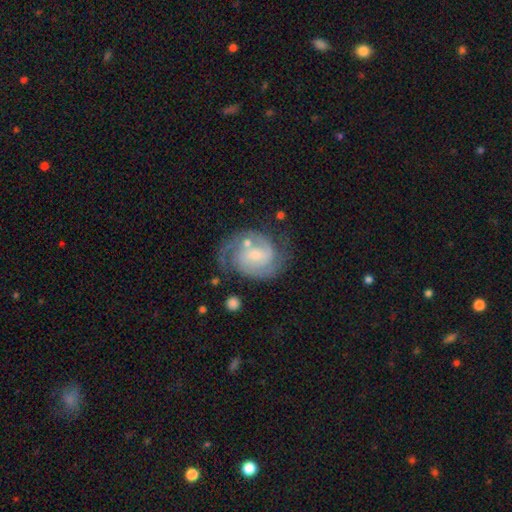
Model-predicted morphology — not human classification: Smooth or featured?
  - featured or disk: 86% *
  - smooth: 9%
  - star or artifact: 5%
Edge-on disk?
  - no: 98% *
  - yes: 2%
Bar?
  - no: 44% * (tied)
  - weak: 44% * (tied)
  - strong: 12%
Spiral arms?
  - yes: 97% *
  - no: 3%
Spiral winding?
  - medium: 45% *
  - tight: 44%
  - loose: 11%
Spiral arm count?
  - 2: 83% *
  - can't tell: 6%
  - 3: 5%
  - 1: 3%
  - 4: 2%
  - more than 4: 2%
Bulge size?
  - small: 61% *
  - moderate: 27%
  - none: 7%
  - large: 3%
  - dominant: 1%
Merging?
  - none: 66% *
  - minor disturbance: 17%
  - major disturbance: 10%
  - merger: 7%